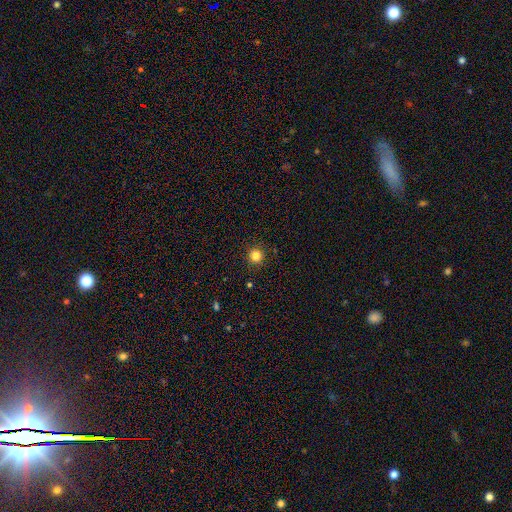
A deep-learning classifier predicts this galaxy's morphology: Q: Smooth or featured?
A: smooth (83%); runner-up: star or artifact (13%)
Q: How rounded?
A: round (95%); runner-up: in between (5%)
Q: Merging?
A: none (91%); runner-up: minor disturbance (6%)